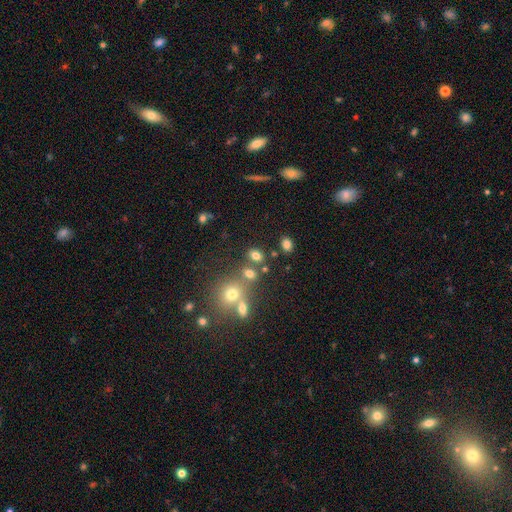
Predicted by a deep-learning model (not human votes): This is likely a smooth galaxy (72%). How rounded: likely in between (66%). Merging: likely none (64%).